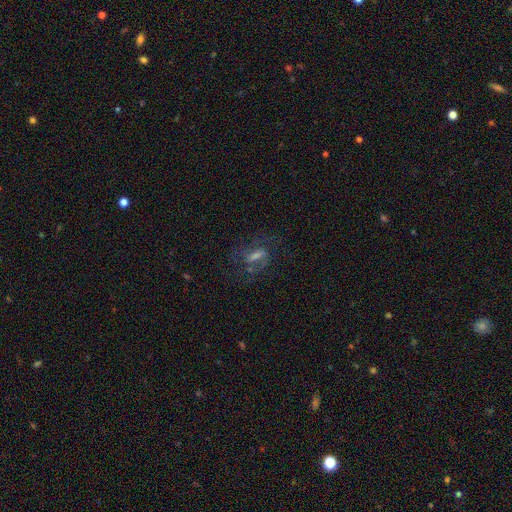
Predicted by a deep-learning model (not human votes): smooth-or-featured: featured or disk: 63% | smooth: 20% | star or artifact: 17%
  disk-edge-on: no: 91% | yes: 9%
    bar: weak: 43% | strong: 37% | no: 20%
    has-spiral-arms: yes: 82% | no: 18%
    bulge-size: moderate: 36% | small: 34% | none: 17% | large: 10% | dominant: 2%
  merging: none: 65% | major disturbance: 17% | minor disturbance: 16% | merger: 2%